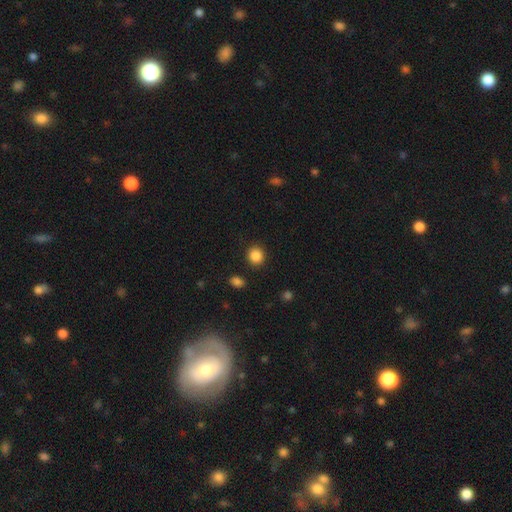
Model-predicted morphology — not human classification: smooth-or-featured: smooth: 87% | star or artifact: 10% | featured or disk: 3%
  how-rounded: round: 84% | in between: 15% | cigar-shaped: 1%
  merging: none: 89% | minor disturbance: 6% | major disturbance: 2% | merger: 2%